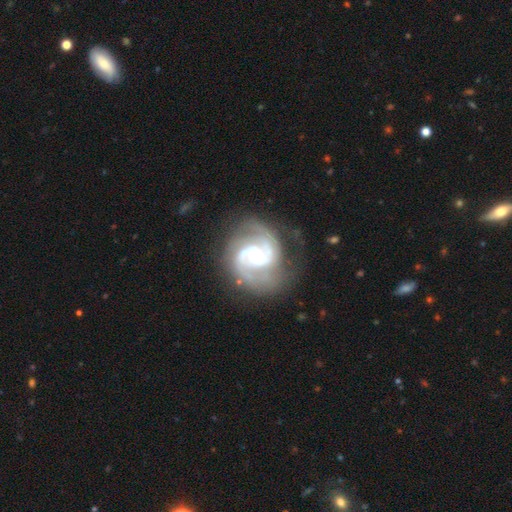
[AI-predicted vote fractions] The model was most divided on "bar": weak: 45%, no: 41%, strong: 14%. More confident: edge-on disk — no (98%); spiral arms — yes (98%); smooth or featured — featured or disk (92%); spiral arm count — 2 (81%); merging — none (73%); bulge size — moderate (61%); spiral winding — medium (52%).